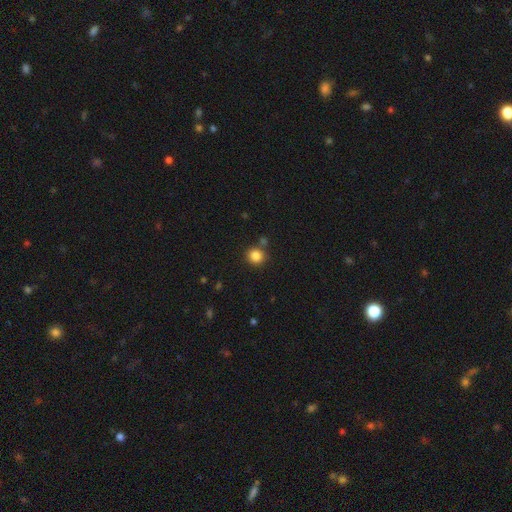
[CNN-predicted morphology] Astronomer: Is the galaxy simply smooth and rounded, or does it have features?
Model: smooth — 84%.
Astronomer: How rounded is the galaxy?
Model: round — 90%.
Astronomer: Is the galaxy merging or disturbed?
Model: none — 79%.